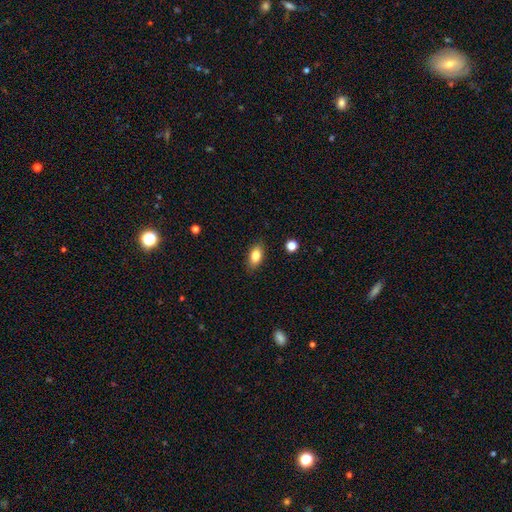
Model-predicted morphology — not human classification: Smooth or featured?
  - smooth: 82% *
  - featured or disk: 10%
  - star or artifact: 8%
How rounded?
  - in between: 88% *
  - round: 7%
  - cigar-shaped: 5%
Merging?
  - none: 86% *
  - minor disturbance: 10%
  - major disturbance: 2%
  - merger: 1%